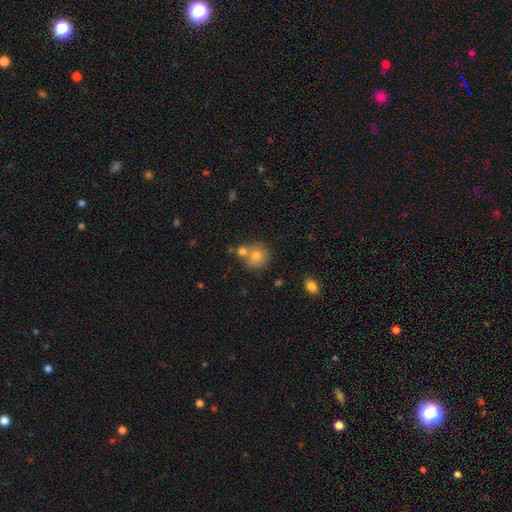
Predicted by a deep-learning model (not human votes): A smooth galaxy with no disk features (74%) that is round (87%).

Vote fractions:
- Smooth or featured? smooth: 74% / featured or disk: 15% / star or artifact: 11%
- How rounded? round: 87% / in between: 12% / cigar-shaped: 1%
- Merging? none: 56% / merger: 31% / minor disturbance: 10% / major disturbance: 3%